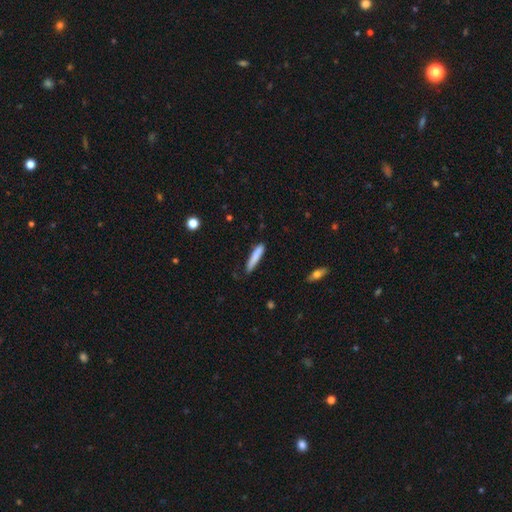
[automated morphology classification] This is clearly a smooth galaxy (82%). How rounded: clearly cigar-shaped (91%). Merging: clearly none (81%).